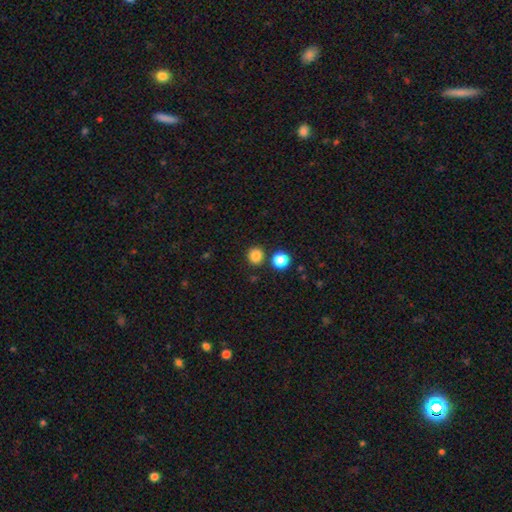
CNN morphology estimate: A smooth galaxy with no disk features (84%) that is round (90%).

Vote fractions:
- Smooth or featured? smooth: 84% / star or artifact: 13% / featured or disk: 4%
- How rounded? round: 90% / in between: 9% / cigar-shaped: 1%
- Merging? none: 84% / merger: 7% / minor disturbance: 6% / major disturbance: 2%